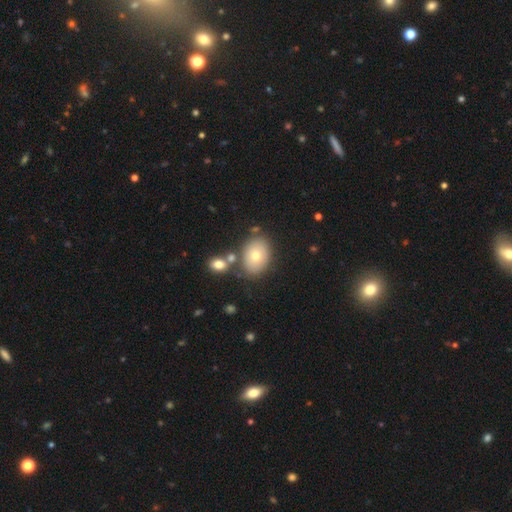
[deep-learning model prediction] This is likely a smooth galaxy (72%). How rounded: likely in between (77%). Merging: likely none (74%).